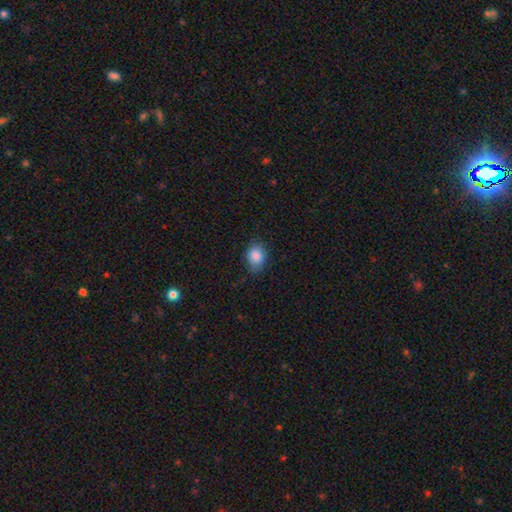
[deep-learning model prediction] Smooth or featured? Predicted: smooth (p=0.86). How rounded? Predicted: in between (p=0.68). Merging? Predicted: none (p=0.76).